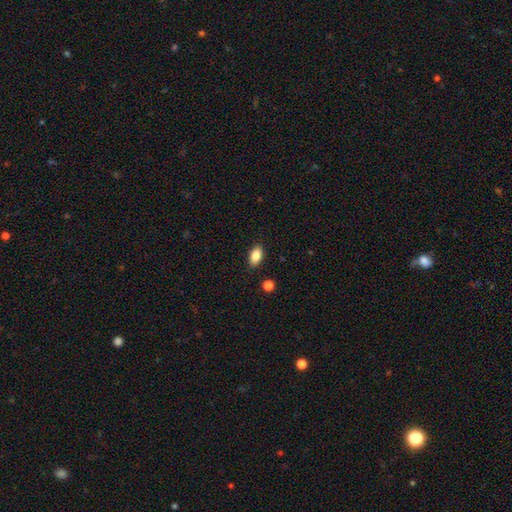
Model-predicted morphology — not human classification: Smooth or featured: smooth — 85% (star or artifact — 8%)
How rounded: in between — 91% (round — 6%)
Merging: none — 88% (minor disturbance — 8%)